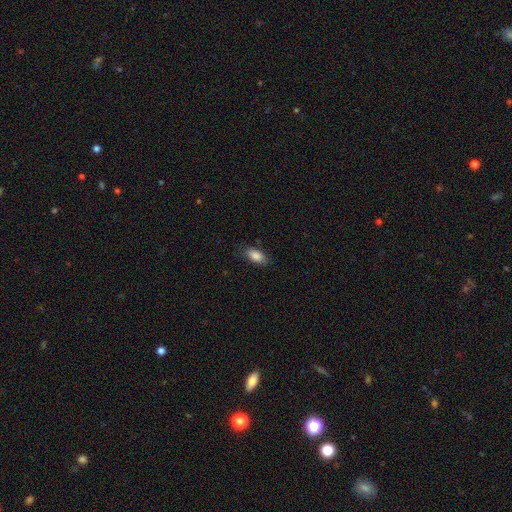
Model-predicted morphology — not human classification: type=smooth (87%); roundness=in between (88%); merging=none (82%).